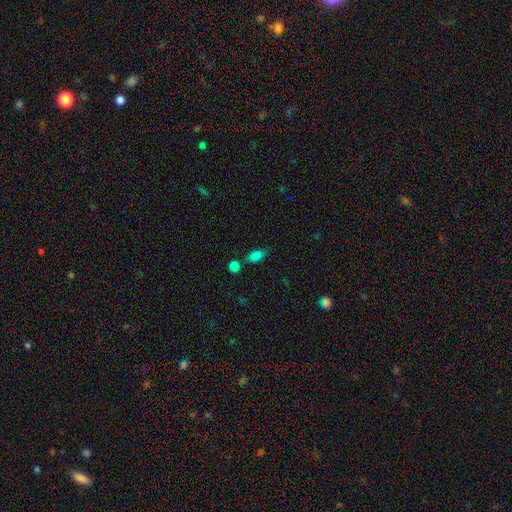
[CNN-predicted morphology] Smooth or featured? smooth (83%)
How rounded? in between (87%)
Merging? none (64%)